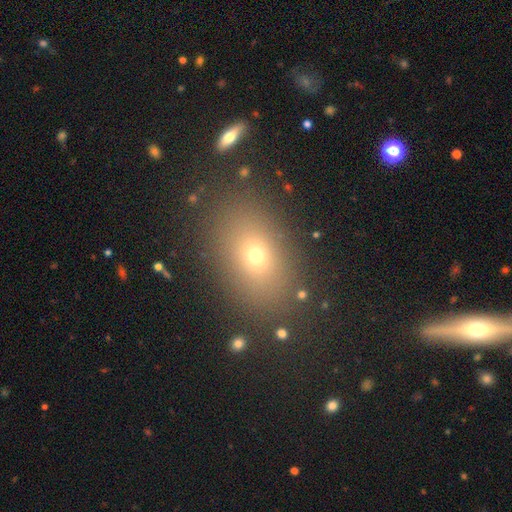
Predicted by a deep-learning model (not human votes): smooth 66%, star or artifact 20%, featured or disk 13%. Down the decision tree: how rounded — in between (71%); merging — none (85%).